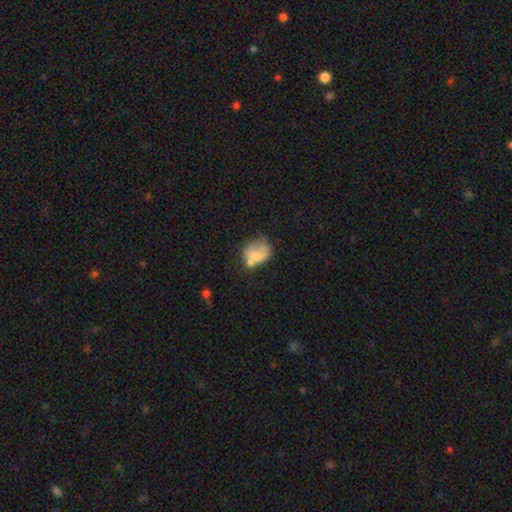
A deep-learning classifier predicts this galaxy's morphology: Overall: smooth (60%; featured or disk 32%). How rounded: round (52%; in between 47%). Merging: none (30%; minor disturbance 26%).